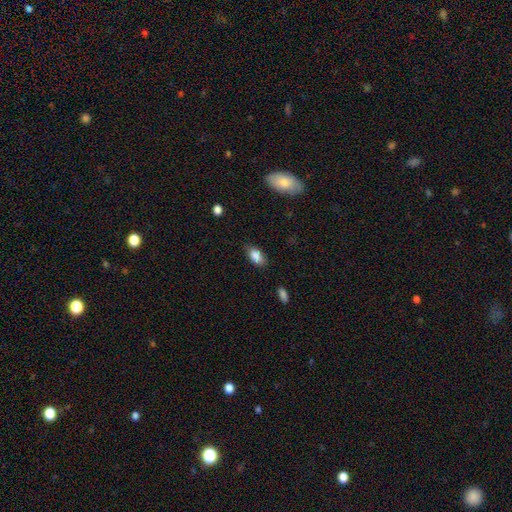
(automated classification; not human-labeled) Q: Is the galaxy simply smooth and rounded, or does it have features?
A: smooth — 86%.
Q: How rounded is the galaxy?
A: in between — 91%.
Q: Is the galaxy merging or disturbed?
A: none — 77%.